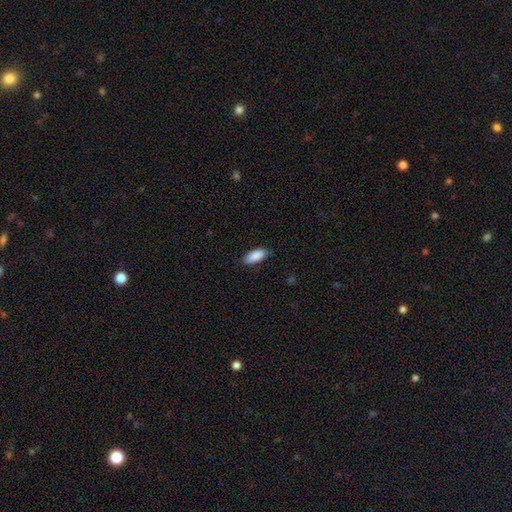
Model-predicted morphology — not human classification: Smooth or featured: smooth — 90% (star or artifact — 6%)
How rounded: in between — 79% (cigar-shaped — 19%)
Merging: none — 84% (minor disturbance — 13%)